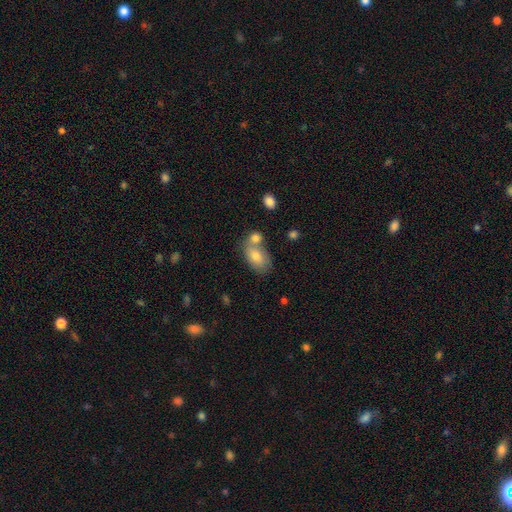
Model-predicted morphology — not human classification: This is likely a smooth galaxy (75%). How rounded: clearly in between (87%). Merging: possibly none (48%).